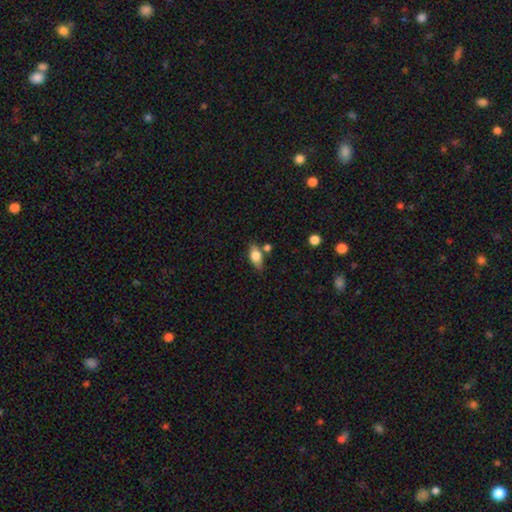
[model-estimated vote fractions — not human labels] A smooth galaxy with no disk features (72%) that is in between round and cigar-shaped (82%). Merging: none (67%).